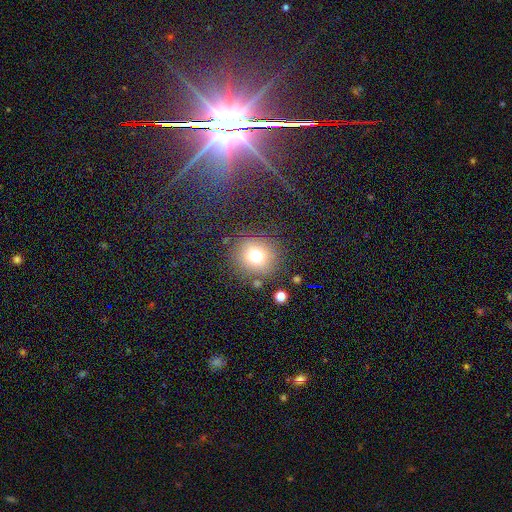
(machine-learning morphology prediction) This is likely a smooth galaxy (73%). How rounded: clearly round (90%). Merging: clearly none (83%).